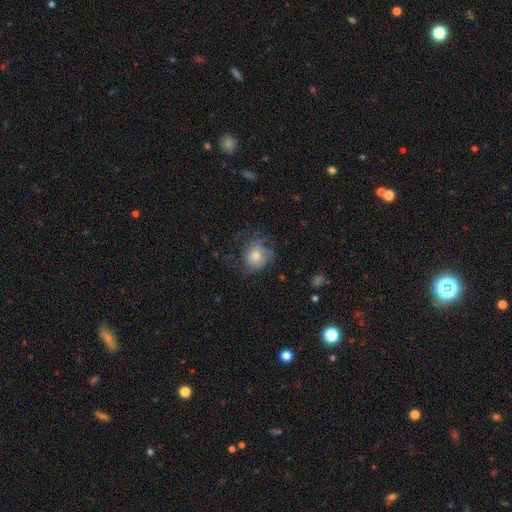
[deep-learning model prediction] smooth-or-featured: smooth: 49% | featured or disk: 40% | star or artifact: 11%
  merging: none: 53% | minor disturbance: 24% | major disturbance: 22% | merger: 1%